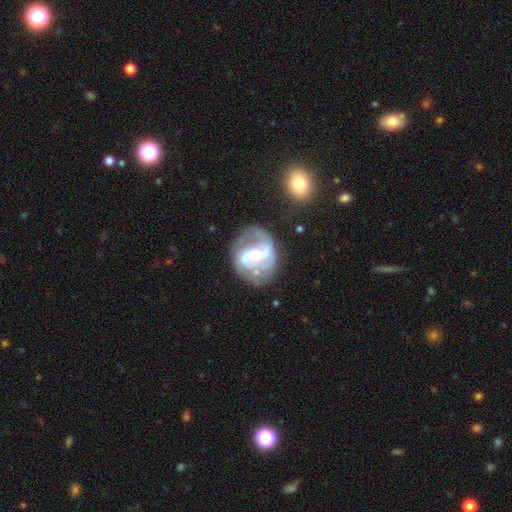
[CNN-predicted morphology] This is clearly a featured or disk galaxy (84%). It is clearly not viewed edge-on (98%). Bar: marginally weak (42%). Spiral arm pattern: clearly yes (92%). Spiral arm count: likely 2 (76%). Spiral winding: possibly medium (48%). Central bulge: possibly moderate (59%). Merging: possibly none (58%).